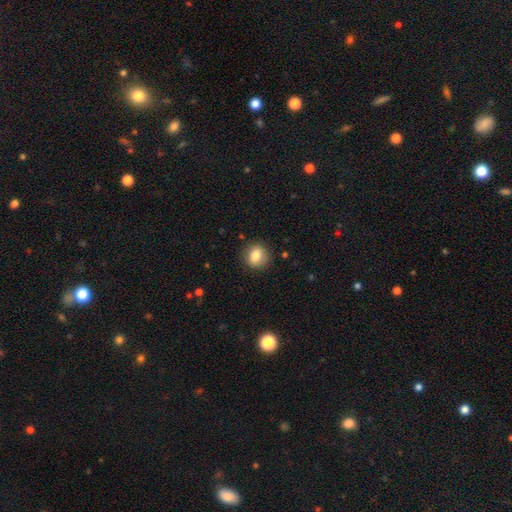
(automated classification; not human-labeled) Smooth or featured? smooth (81%)
How rounded? round (82%)
Merging? none (87%)